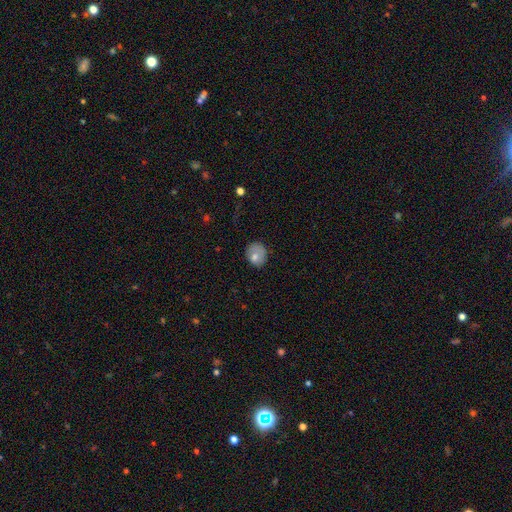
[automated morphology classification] smooth_or_featured: smooth (p=0.72) [alt: featured or disk p=0.20]
how_rounded: round (p=0.64) [alt: in between p=0.36]
merging: none (p=0.64) [alt: minor disturbance p=0.25]